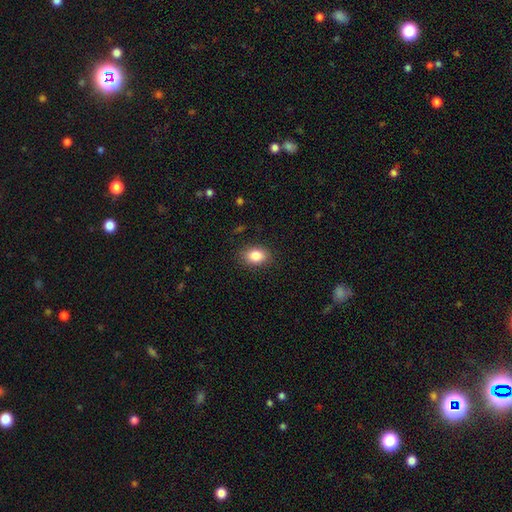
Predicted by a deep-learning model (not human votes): A smooth galaxy with no disk features (85%) that is in between round and cigar-shaped (76%). Merging: none (86%).